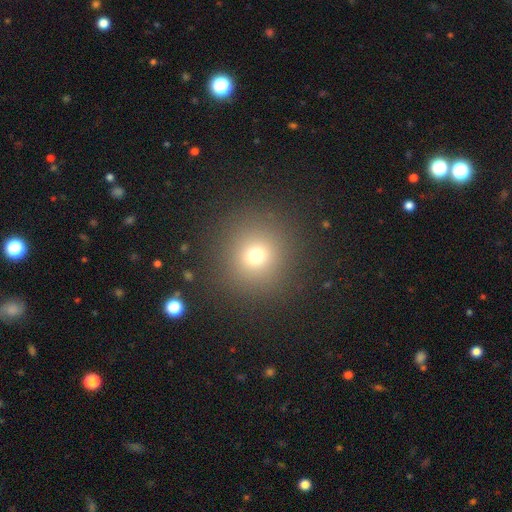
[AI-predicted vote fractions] Morphology: type=smooth (70%); roundness=round (92%); merging=none (88%).